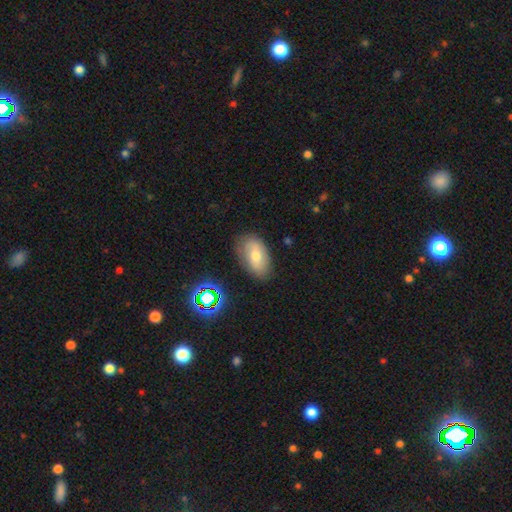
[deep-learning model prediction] smooth 61%, featured or disk 27%, star or artifact 12%. Down the decision tree: how rounded — in between (91%); merging — none (79%).